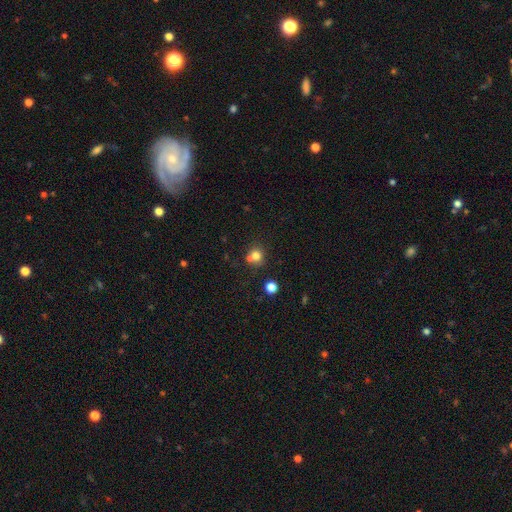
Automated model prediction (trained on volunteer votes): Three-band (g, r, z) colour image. It shows a smooth galaxy with no disk features (77%) that is round (88%). Merging: none (62%).